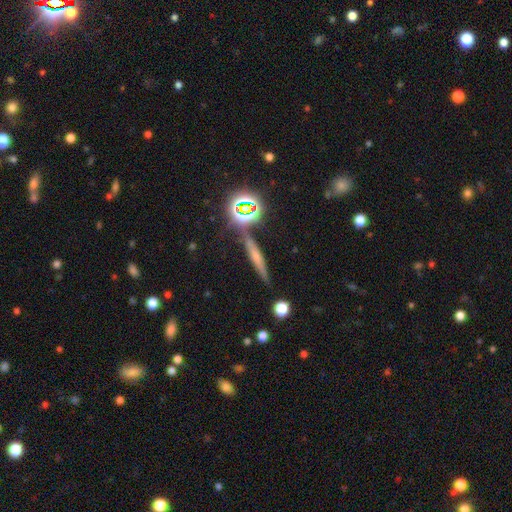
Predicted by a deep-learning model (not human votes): Morphology: type=smooth (42%); merging=none (81%).